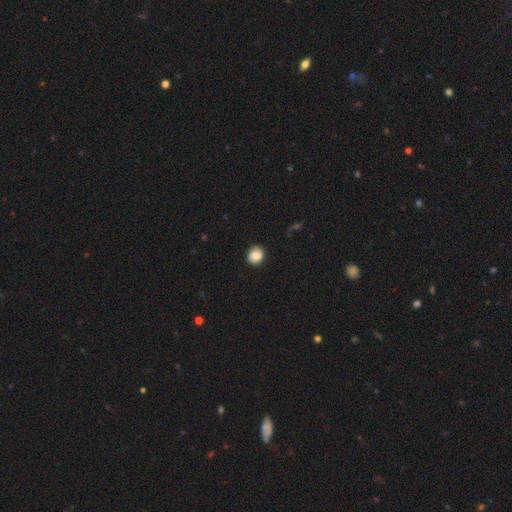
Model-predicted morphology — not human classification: This appears to be a smooth galaxy with no disk features (87%) that is round (78%). Merging: none (85%).